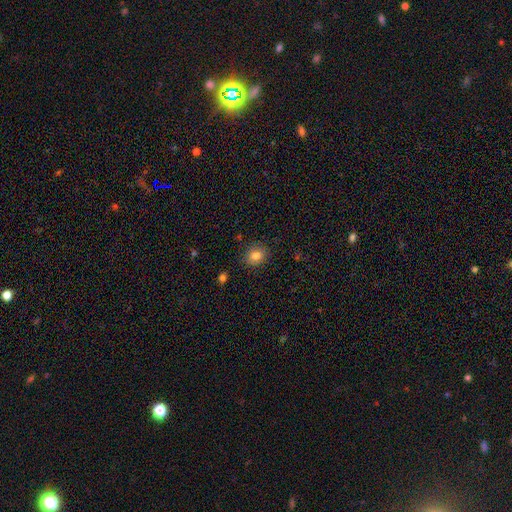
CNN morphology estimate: This is clearly a smooth galaxy (82%). How rounded: likely round (64%). Merging: clearly none (86%).